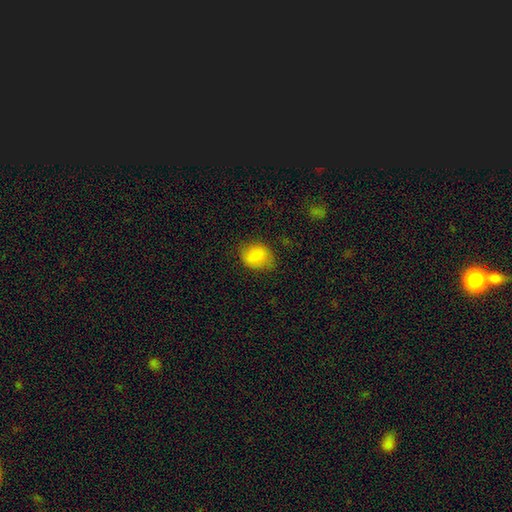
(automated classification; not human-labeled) Smooth or featured? Predicted: smooth (p=0.82). How rounded? Predicted: in between (p=0.53). Merging? Predicted: none (p=0.70).